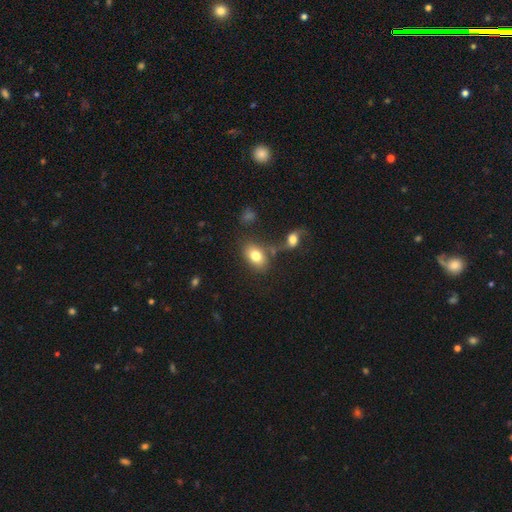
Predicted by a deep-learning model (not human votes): Overall: smooth (79%). How rounded: in between (85%). Merging: none (67%).